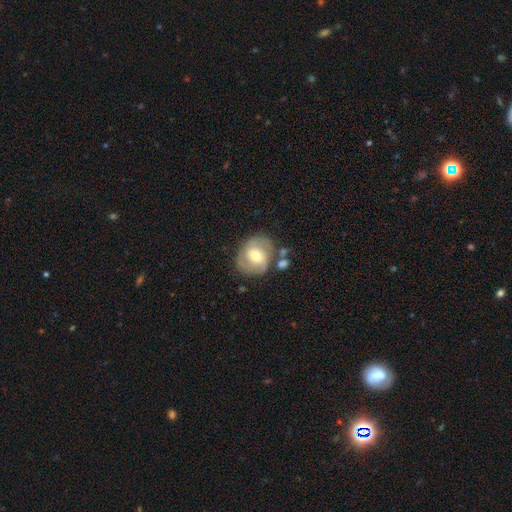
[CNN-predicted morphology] This is possibly a featured or disk galaxy (59%). It is clearly not viewed edge-on (96%). Bar: possibly weak (48%). Spiral arm pattern: likely yes (74%). Central bulge: likely moderate (66%). Merging: likely none (67%).